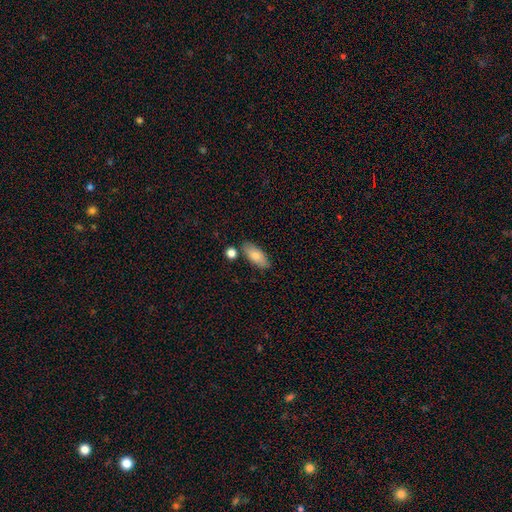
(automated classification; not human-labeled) Smooth or featured?
  - smooth: 81% *
  - featured or disk: 13%
  - star or artifact: 7%
How rounded?
  - in between: 83% *
  - cigar-shaped: 15%
  - round: 3%
Merging?
  - none: 76% *
  - minor disturbance: 14%
  - merger: 8%
  - major disturbance: 3%